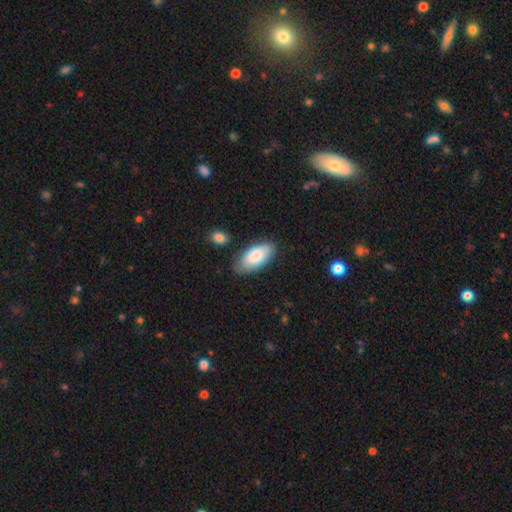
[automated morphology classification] type=smooth (82%); roundness=in between (93%); merging=none (77%).